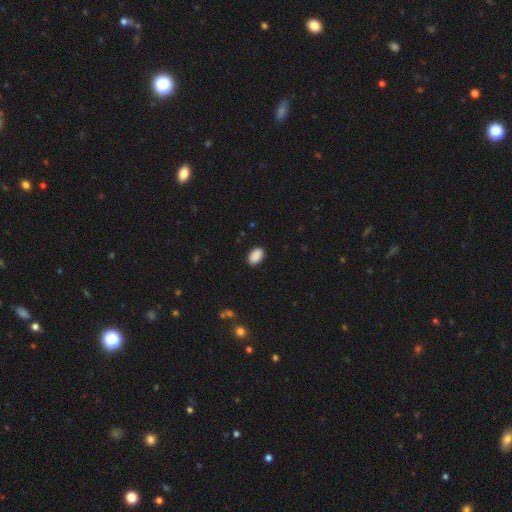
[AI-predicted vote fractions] A smooth galaxy with no disk features (90%) that is in between round and cigar-shaped (92%). Merging: none (88%).